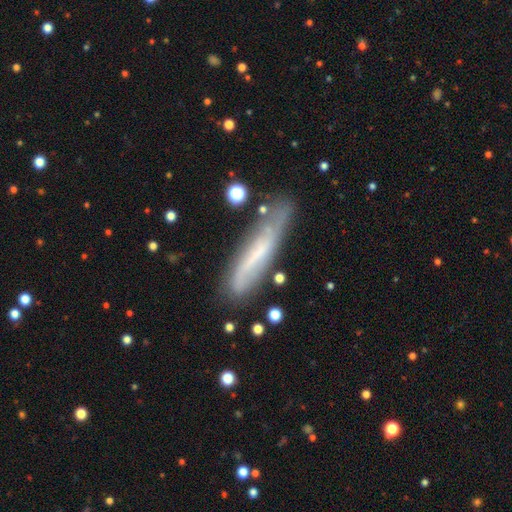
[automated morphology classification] smooth_or_featured: featured or disk (p=0.50) [alt: smooth p=0.41]
disk_edge_on: yes (p=0.53) [alt: no p=0.47]
merging: none (p=0.66) [alt: minor disturbance p=0.22]